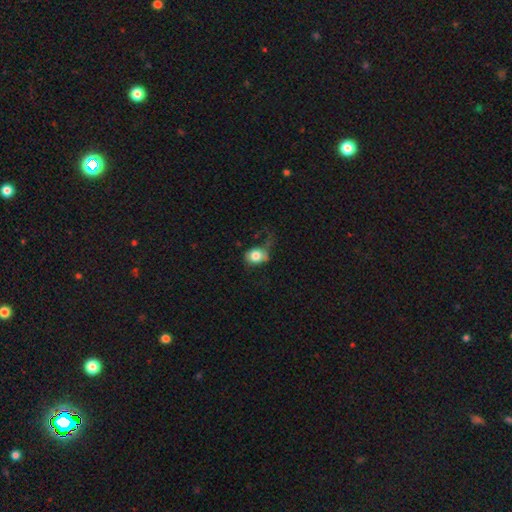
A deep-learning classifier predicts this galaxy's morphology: Smooth or featured? Predicted: smooth (p=0.77). How rounded? Predicted: round (p=0.50). Merging? Predicted: none (p=0.35).